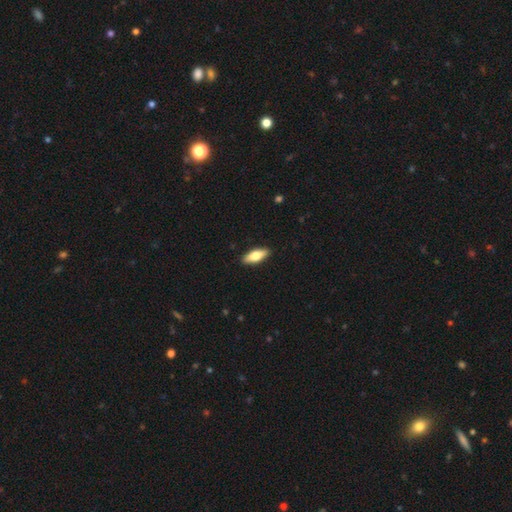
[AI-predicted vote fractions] smooth_or_featured: smooth (p=0.70) [alt: featured or disk p=0.24]
how_rounded: in between (p=0.68) [alt: cigar-shaped p=0.29]
merging: none (p=0.90) [alt: minor disturbance p=0.07]